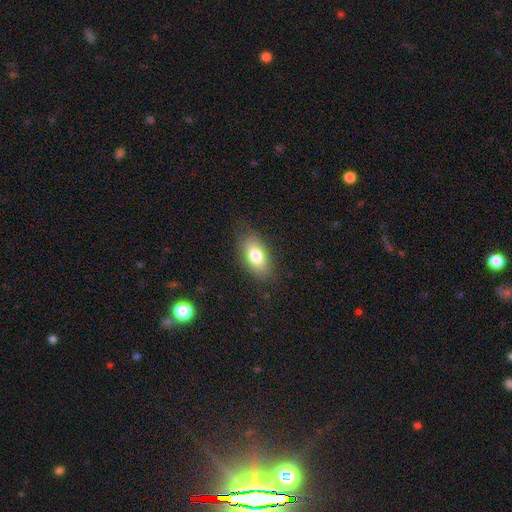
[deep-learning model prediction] A smooth galaxy with no disk features (77%) that is in between round and cigar-shaped (89%). Merging: none (82%).